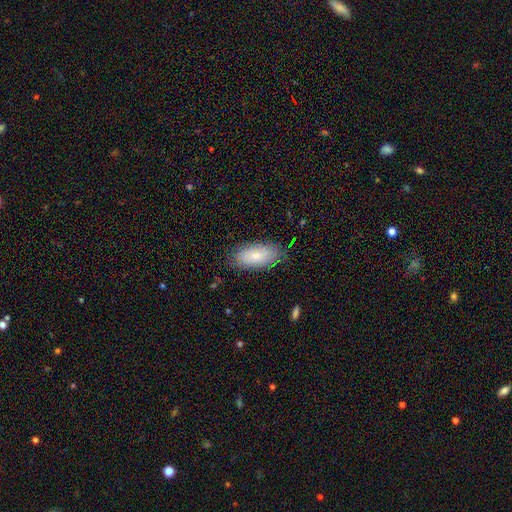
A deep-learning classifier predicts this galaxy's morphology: A smooth galaxy with no disk features (71%) that is in between round and cigar-shaped (91%).

Vote fractions:
- Smooth or featured? smooth: 71% / featured or disk: 22% / star or artifact: 7%
- How rounded? in between: 91% / cigar-shaped: 6% / round: 3%
- Merging? none: 79% / minor disturbance: 16% / major disturbance: 4% / merger: 1%